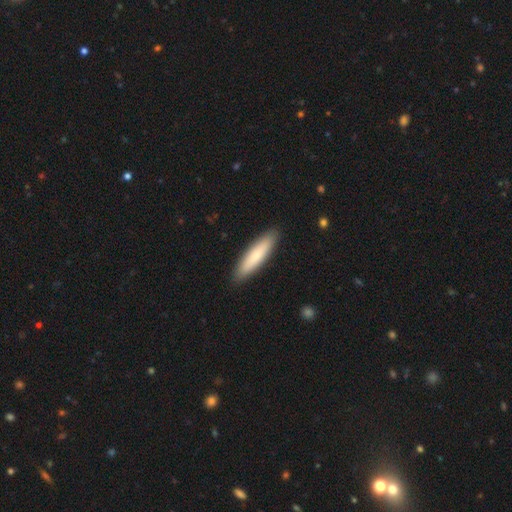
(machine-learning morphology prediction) This is likely a smooth galaxy (79%). How rounded: likely cigar-shaped (78%). Merging: clearly none (90%).